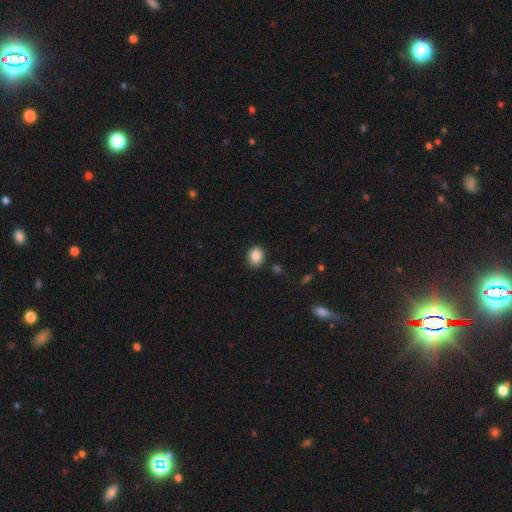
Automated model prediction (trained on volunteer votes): Morphology: type=smooth (87%); roundness=in between (51%); merging=none (88%).